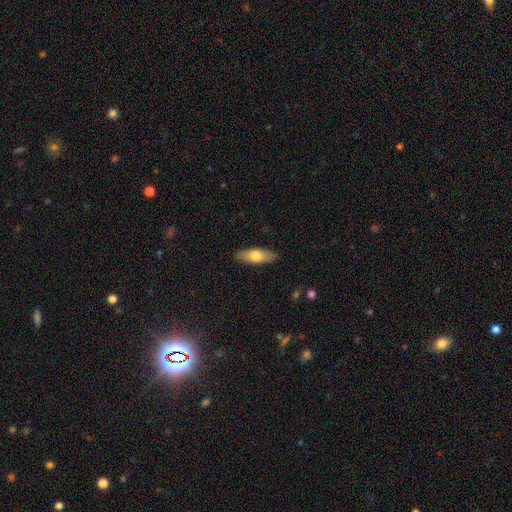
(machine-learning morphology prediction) smooth_or_featured: smooth (p=0.70) [alt: featured or disk p=0.25]
how_rounded: in between (p=0.66) [alt: cigar-shaped p=0.31]
merging: none (p=0.89) [alt: minor disturbance p=0.09]